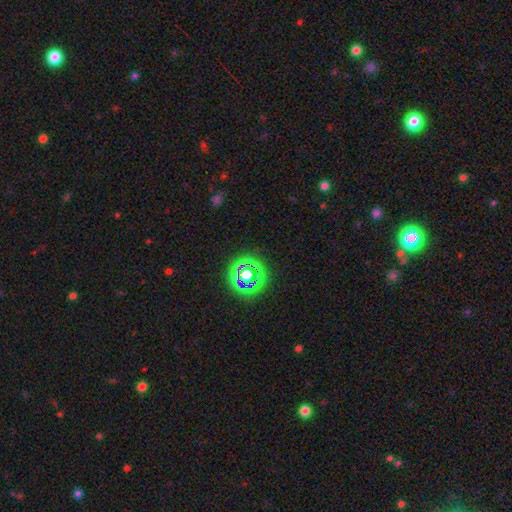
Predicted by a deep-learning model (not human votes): This is likely a star or artifact rather than a galaxy (60%).